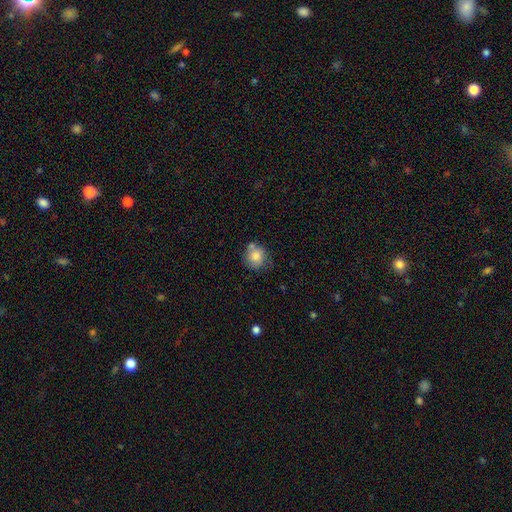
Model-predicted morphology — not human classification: smooth_or_featured: smooth (p=0.81) [alt: featured or disk p=0.11]
how_rounded: round (p=0.85) [alt: in between p=0.14]
merging: none (p=0.61) [alt: minor disturbance p=0.20]